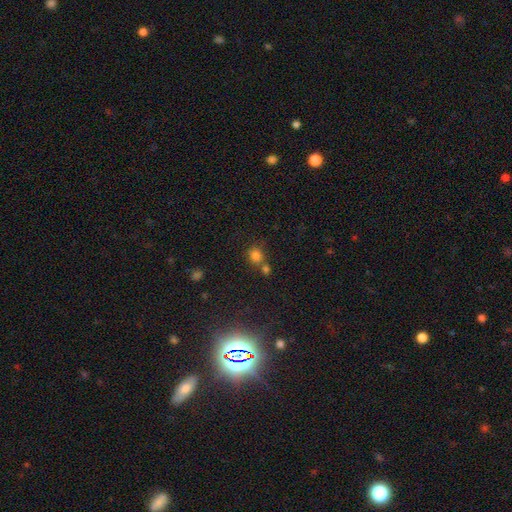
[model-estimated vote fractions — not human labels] This appears to be a smooth galaxy with no disk features (78%) that is round (79%). Merging: none (55%).